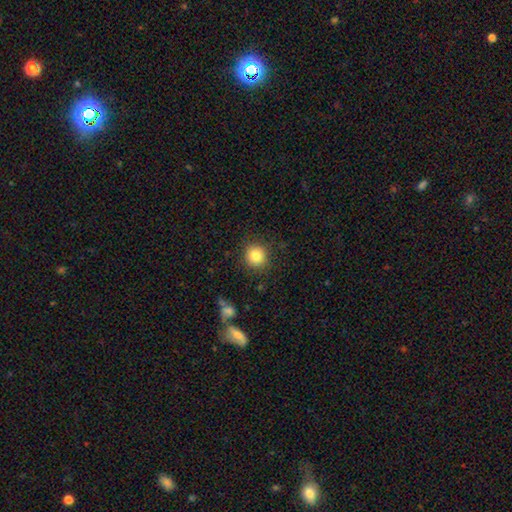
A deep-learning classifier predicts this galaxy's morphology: Smooth or featured? smooth (83%)
How rounded? round (90%)
Merging? none (88%)